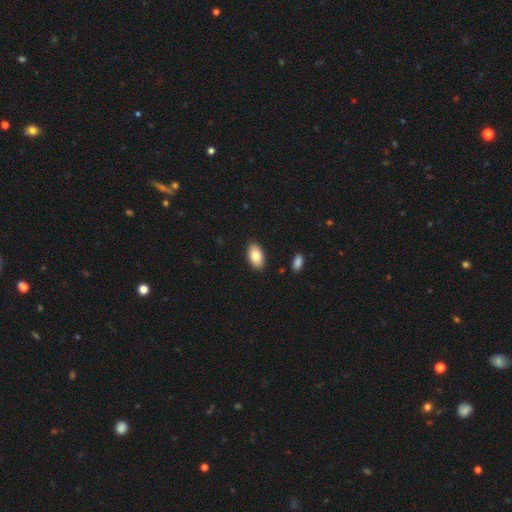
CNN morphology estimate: Smooth or featured: smooth — 81% (featured or disk — 12%)
How rounded: in between — 94% (round — 4%)
Merging: none — 89% (minor disturbance — 8%)